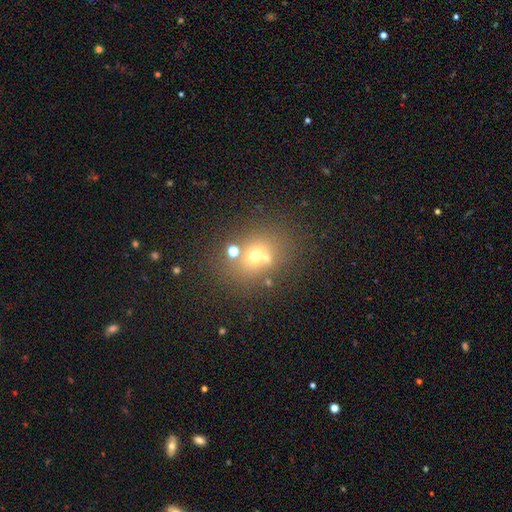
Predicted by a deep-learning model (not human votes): Q: Smooth or featured?
A: smooth (58%); runner-up: featured or disk (21%)
Q: How rounded?
A: round (64%); runner-up: in between (35%)
Q: Merging?
A: none (58%); runner-up: merger (26%)